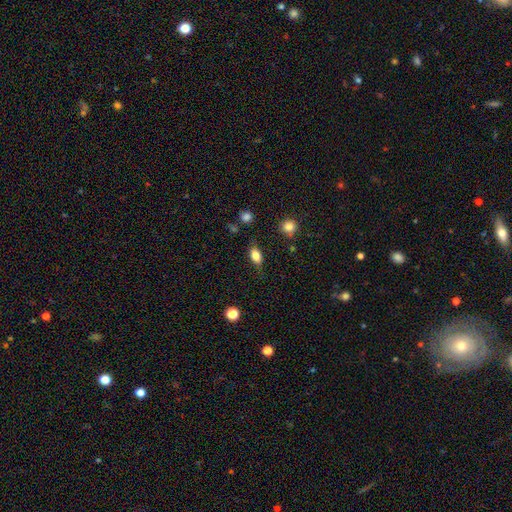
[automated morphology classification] smooth_or_featured: smooth (p=0.83) [alt: star or artifact p=0.09]
how_rounded: in between (p=0.86) [alt: round p=0.09]
merging: none (p=0.76) [alt: minor disturbance p=0.17]